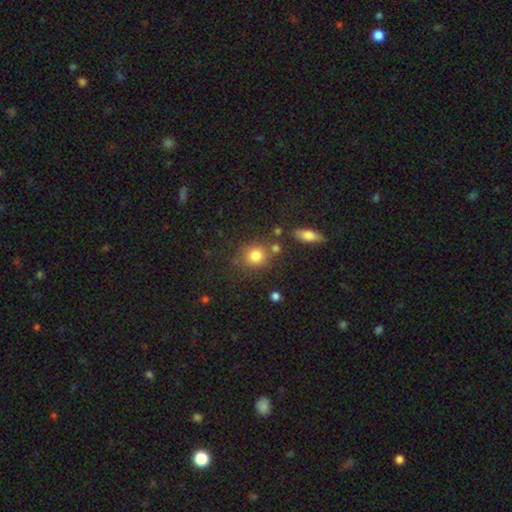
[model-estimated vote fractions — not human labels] A smooth galaxy with no disk features (81%) that is round (82%).

Vote fractions:
- Smooth or featured? smooth: 81% / star or artifact: 11% / featured or disk: 8%
- How rounded? round: 82% / in between: 17% / cigar-shaped: 1%
- Merging? none: 72% / minor disturbance: 12% / merger: 12% / major disturbance: 5%